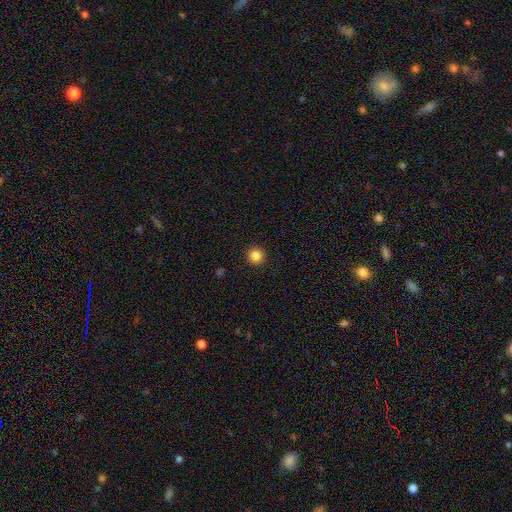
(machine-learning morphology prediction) Smooth or featured: smooth — 85% (star or artifact — 11%)
How rounded: round — 95% (in between — 4%)
Merging: none — 93% (minor disturbance — 4%)